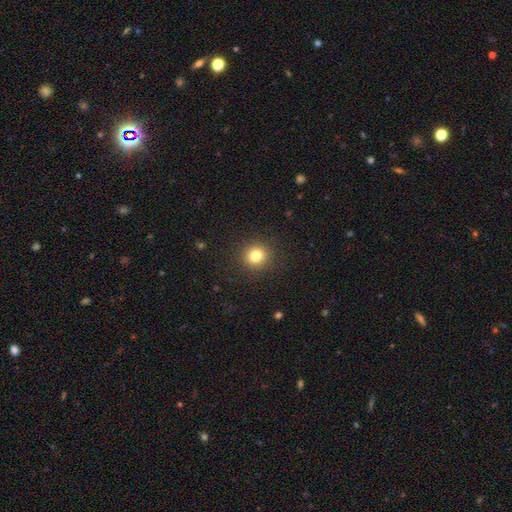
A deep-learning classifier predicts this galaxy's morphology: Smooth or featured?
  - smooth: 81% *
  - star or artifact: 13%
  - featured or disk: 7%
How rounded?
  - round: 91% *
  - in between: 8%
  - cigar-shaped: 1%
Merging?
  - none: 91% *
  - minor disturbance: 6%
  - major disturbance: 3%
  - merger: 1%